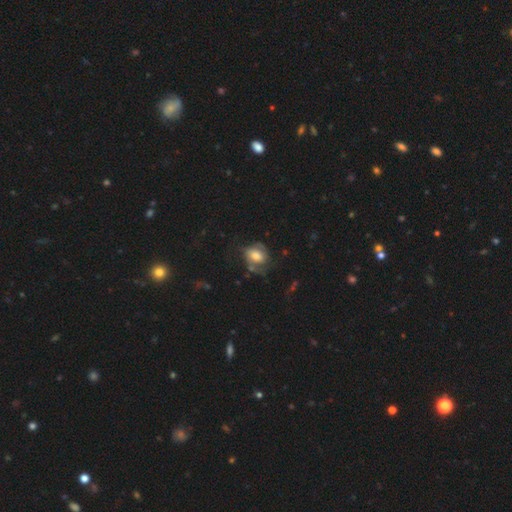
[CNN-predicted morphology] smooth_or_featured: smooth (p=0.56) [alt: featured or disk p=0.36]
how_rounded: in between (p=0.52) [alt: round p=0.46]
merging: none (p=0.47) [alt: minor disturbance p=0.28]